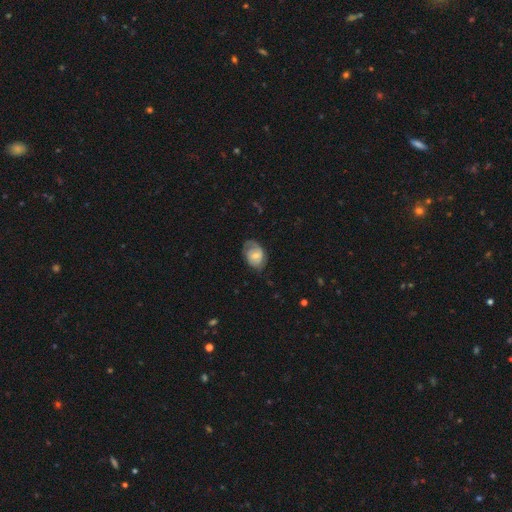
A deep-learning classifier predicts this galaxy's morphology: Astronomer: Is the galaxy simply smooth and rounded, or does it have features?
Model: featured or disk — 51% (runner-up: smooth, 42%).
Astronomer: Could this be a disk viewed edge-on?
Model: no — 96%.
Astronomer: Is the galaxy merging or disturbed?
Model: none — 59%.